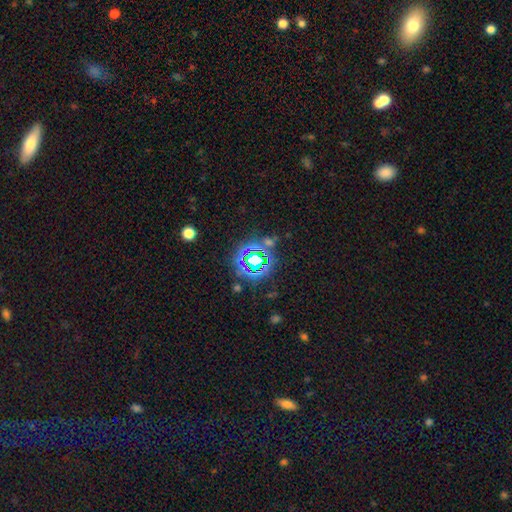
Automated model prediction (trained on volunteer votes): A star or artifact, not a galaxy (77%).

Vote fractions:
- Smooth or featured? star or artifact: 77% / smooth: 15% / featured or disk: 9%